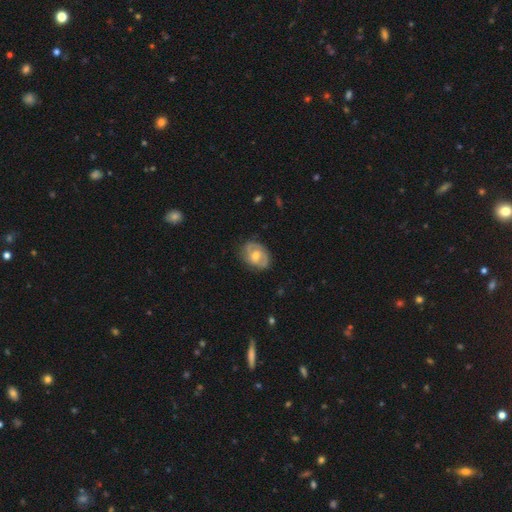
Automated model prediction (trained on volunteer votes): A featured or disk galaxy (55%) with no bar (58%), spiral arms (71%) and a moderate central bulge (64%).

Vote fractions:
- Smooth or featured? featured or disk: 55% / smooth: 39% / star or artifact: 6%
- Edge-on disk? no: 96% / yes: 4%
- Bar? no: 58% / weak: 35% / strong: 7%
- Spiral arms? yes: 71% / no: 29%
- Bulge size? moderate: 64% / small: 27% / large: 5% / none: 2% / dominant: 1%
- Merging? none: 72% / minor disturbance: 21% / major disturbance: 6% / merger: 1%